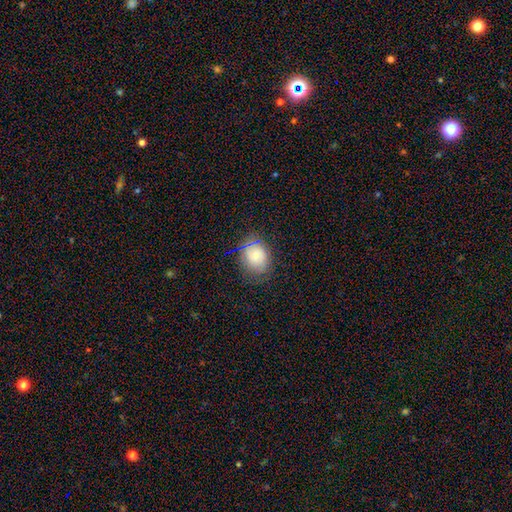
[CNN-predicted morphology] This appears to be a smooth galaxy with no disk features (67%) that is round (50%). Merging: none (74%).